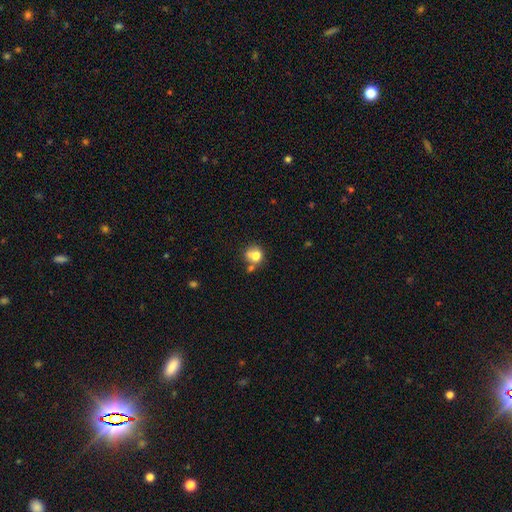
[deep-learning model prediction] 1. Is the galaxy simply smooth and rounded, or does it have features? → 73% smooth, 16% featured or disk, 11% star or artifact.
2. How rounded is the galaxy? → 77% round, 22% in between, 1% cigar-shaped.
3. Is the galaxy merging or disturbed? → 45% none, 33% merger, 15% minor disturbance, 6% major disturbance.